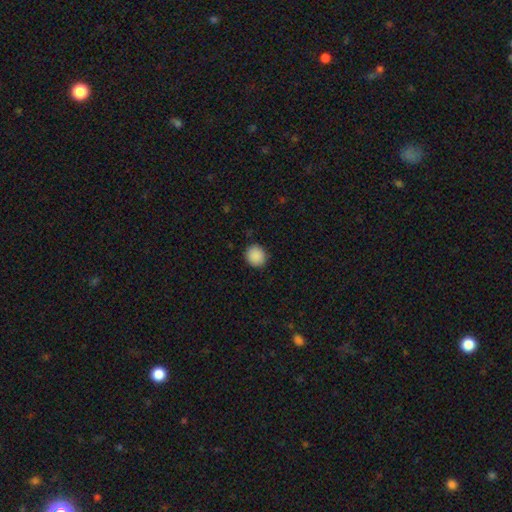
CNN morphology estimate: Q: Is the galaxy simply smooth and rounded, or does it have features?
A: smooth — 89%.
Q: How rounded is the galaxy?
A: round — 84%.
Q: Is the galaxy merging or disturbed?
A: none — 89%.